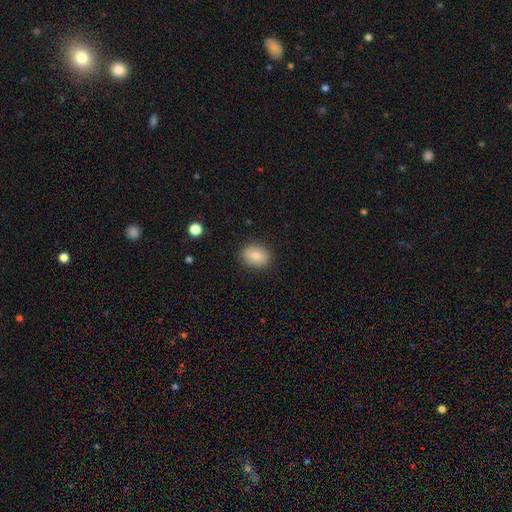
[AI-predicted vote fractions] Q: Smooth or featured?
A: smooth (80%); runner-up: featured or disk (11%)
Q: How rounded?
A: in between (59%); runner-up: round (40%)
Q: Merging?
A: none (87%); runner-up: minor disturbance (9%)